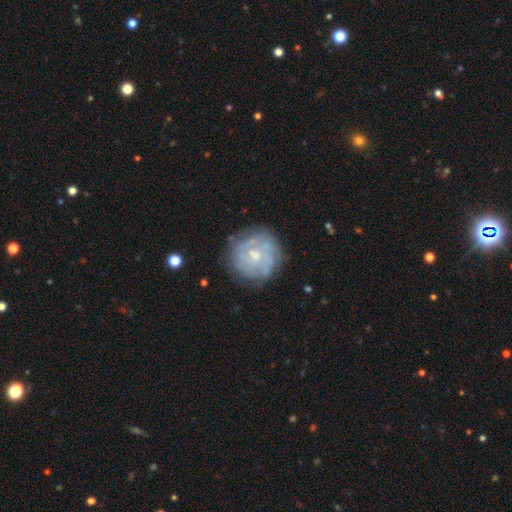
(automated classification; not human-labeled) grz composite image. It shows a featured or disk galaxy (65%) with no bar (70%), spiral arms (61%) and a small central bulge (47%). Merging: none (73%).